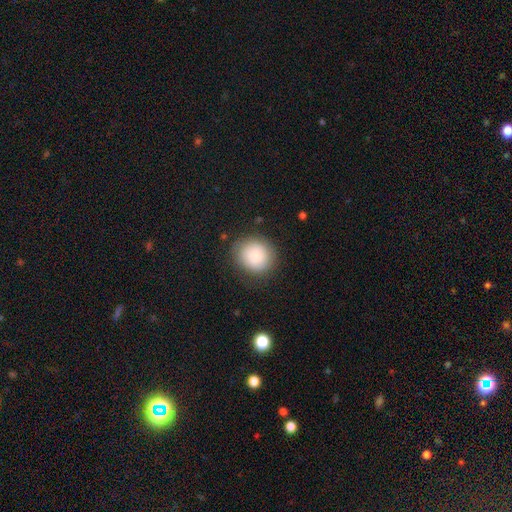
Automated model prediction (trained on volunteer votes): Smooth or featured? smooth (77%)
How rounded? round (88%)
Merging? none (81%)